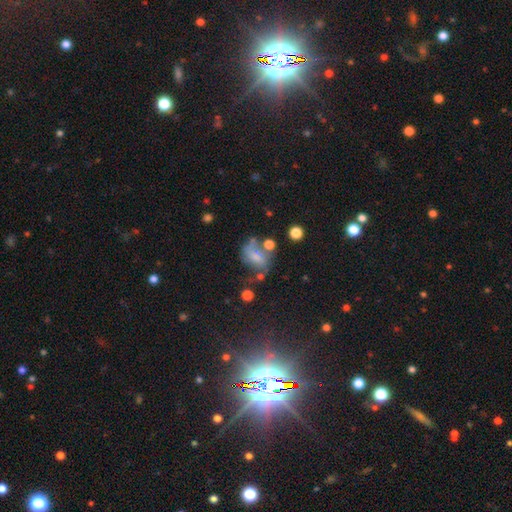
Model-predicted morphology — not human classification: This appears to be a smooth galaxy with no disk features (46%). Merging: none (31%).